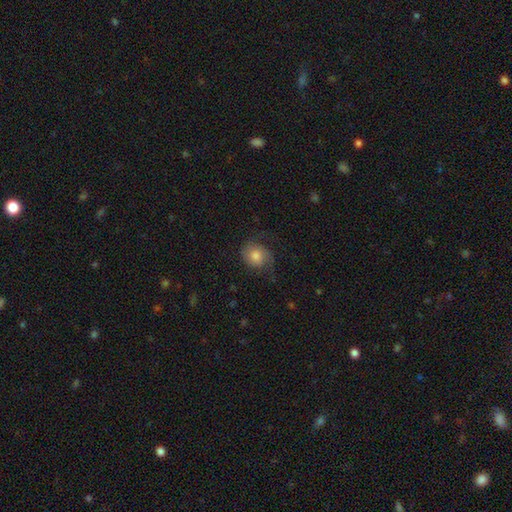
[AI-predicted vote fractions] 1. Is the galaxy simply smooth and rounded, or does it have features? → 59% smooth, 33% featured or disk, 9% star or artifact.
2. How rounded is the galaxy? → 68% round, 31% in between, 1% cigar-shaped.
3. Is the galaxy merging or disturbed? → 58% none, 24% minor disturbance, 16% major disturbance, 1% merger.